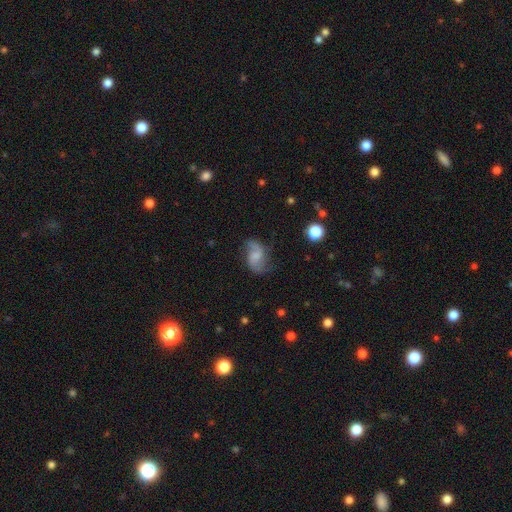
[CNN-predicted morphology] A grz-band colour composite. It shows a featured or disk galaxy (71%) with no bar (47%), 2 (89%) loose (65%) spiral arms (93%) and no central bulge (35%). Merging: none (65%).